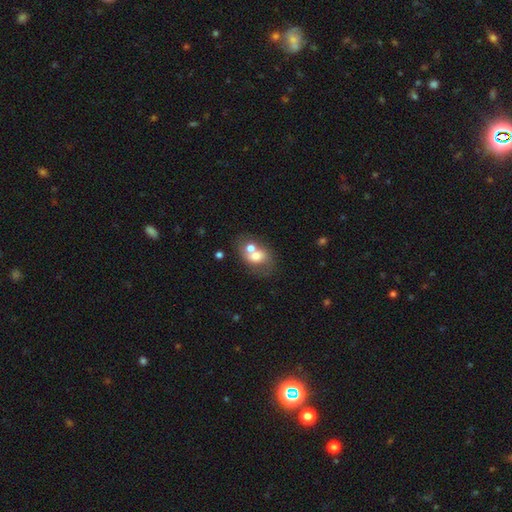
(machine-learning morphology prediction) Overall: smooth (57%; featured or disk 33%). How rounded: in between (63%; round 35%). Merging: merger (49%; none 32%).